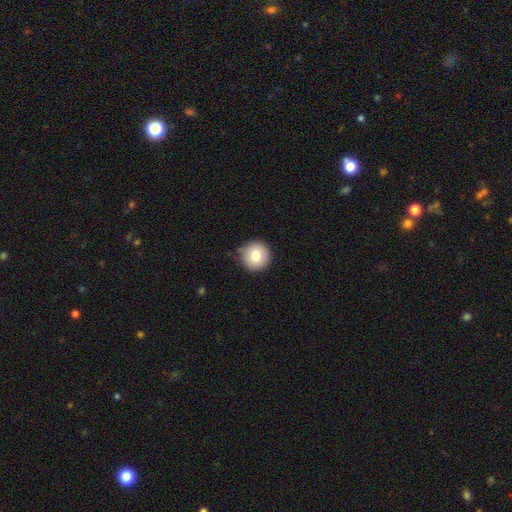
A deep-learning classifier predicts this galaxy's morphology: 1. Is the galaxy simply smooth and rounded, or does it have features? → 80% smooth, 11% featured or disk, 9% star or artifact.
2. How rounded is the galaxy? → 95% round, 4% in between, 1% cigar-shaped.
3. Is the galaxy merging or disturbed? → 84% none, 13% minor disturbance, 2% major disturbance, 1% merger.